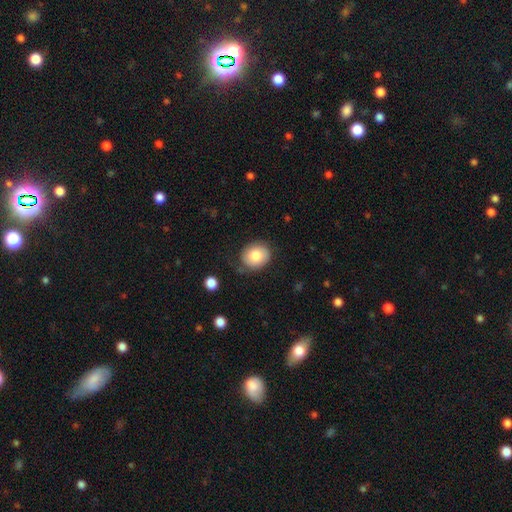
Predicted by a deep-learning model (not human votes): Q: Smooth or featured?
A: smooth (78%); runner-up: featured or disk (15%)
Q: How rounded?
A: round (65%); runner-up: in between (35%)
Q: Merging?
A: none (71%); runner-up: minor disturbance (20%)